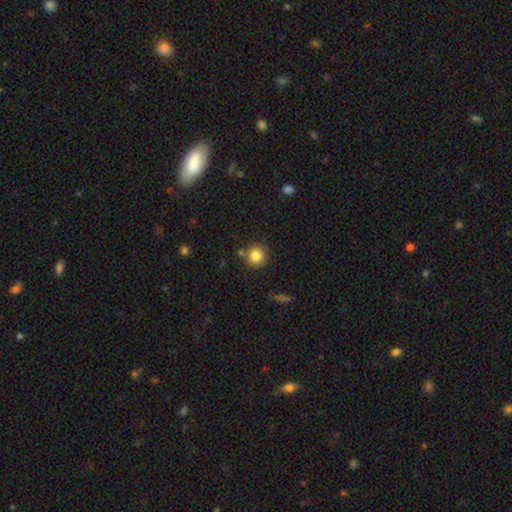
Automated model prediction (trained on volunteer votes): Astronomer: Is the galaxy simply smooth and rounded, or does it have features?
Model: smooth — 84%.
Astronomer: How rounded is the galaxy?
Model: round — 93%.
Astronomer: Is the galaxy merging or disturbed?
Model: none — 81%.